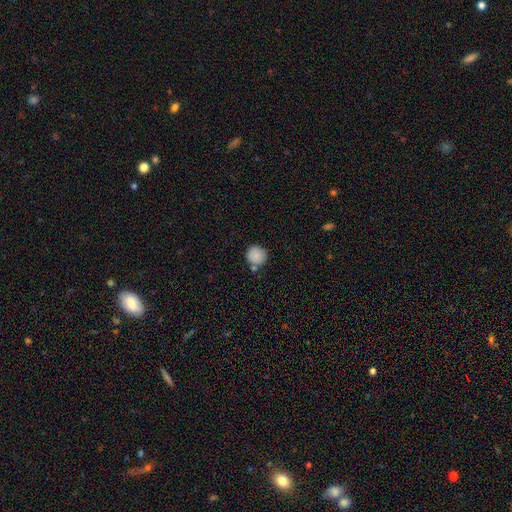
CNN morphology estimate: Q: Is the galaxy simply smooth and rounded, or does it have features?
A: smooth — 87%.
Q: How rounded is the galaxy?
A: round — 94%.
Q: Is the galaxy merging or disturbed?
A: none — 71%.